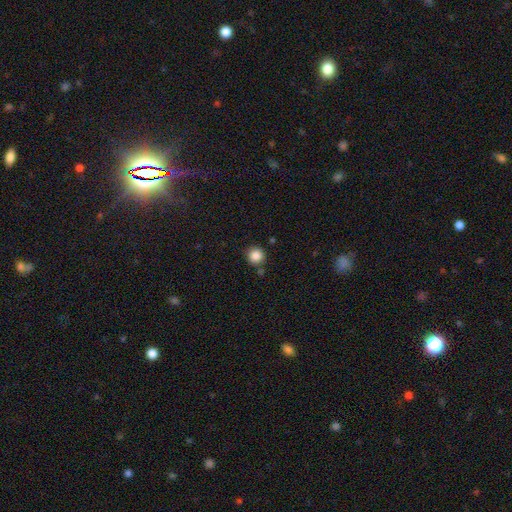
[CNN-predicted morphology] A smooth galaxy with no disk features (86%) that is round (93%). Merging: none (80%).